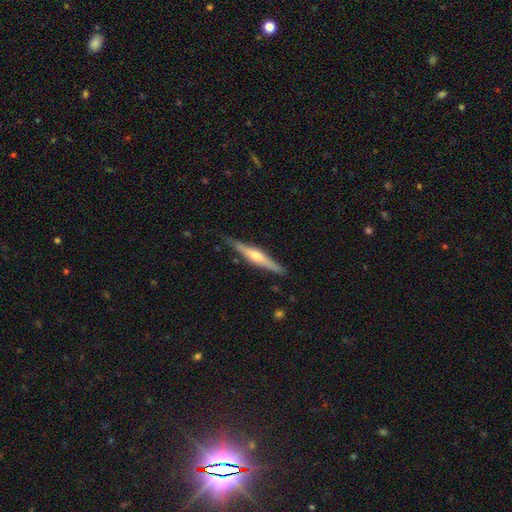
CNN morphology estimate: Q: Smooth or featured?
A: featured or disk (69%); runner-up: smooth (25%)
Q: Edge-on disk?
A: yes (97%); runner-up: no (3%)
Q: Edge-on bulge?
A: rounded (81%); runner-up: none (10%)
Q: Merging?
A: none (83%); runner-up: minor disturbance (14%)